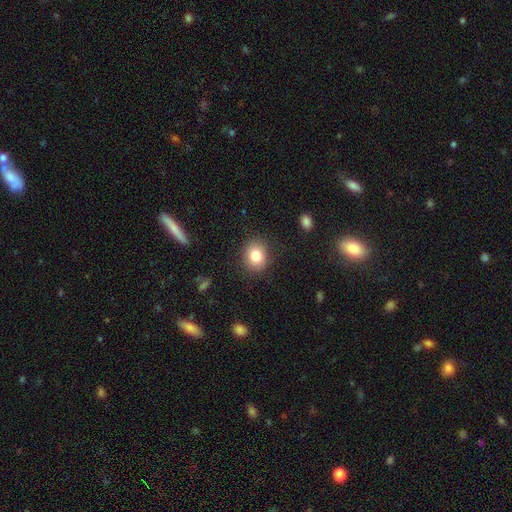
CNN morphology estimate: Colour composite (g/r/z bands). It shows a smooth galaxy with no disk features (82%) that is round (62%). Merging: none (86%).